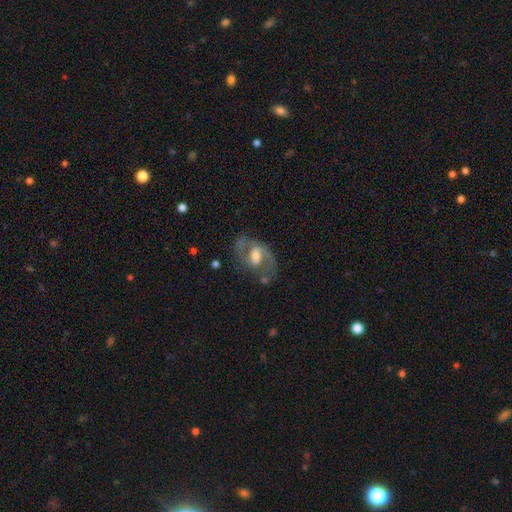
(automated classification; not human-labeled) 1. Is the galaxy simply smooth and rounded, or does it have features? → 78% featured or disk, 15% smooth, 7% star or artifact.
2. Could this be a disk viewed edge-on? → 96% no, 4% yes.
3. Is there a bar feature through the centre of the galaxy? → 51% weak, 28% no, 21% strong.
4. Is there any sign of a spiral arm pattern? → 86% yes, 14% no.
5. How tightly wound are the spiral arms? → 56% medium, 26% loose, 17% tight.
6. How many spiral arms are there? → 85% 2, 6% can't tell, 5% 1, 2% 3, 1% 4, 1% more than 4.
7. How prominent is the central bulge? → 54% moderate, 21% large, 20% small, 4% none, 2% dominant.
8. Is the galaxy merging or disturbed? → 63% none, 20% minor disturbance, 14% major disturbance, 4% merger.